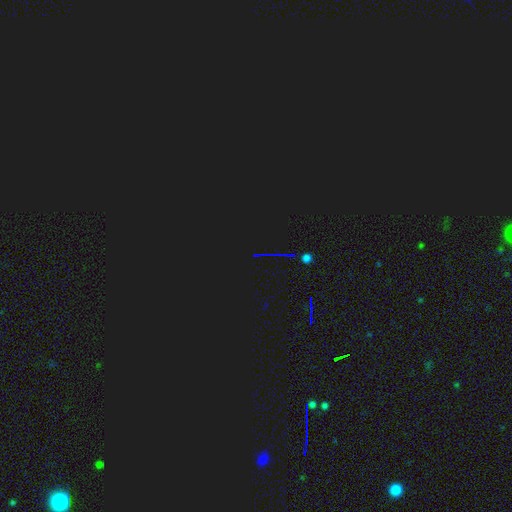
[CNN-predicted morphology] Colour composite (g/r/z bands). It shows a star or artifact, not a galaxy (84%).